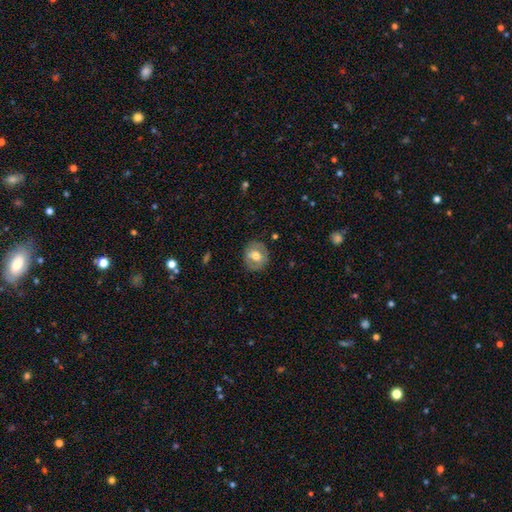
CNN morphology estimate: A smooth galaxy with no disk features (56%) that is round (74%). Merging: none (82%).